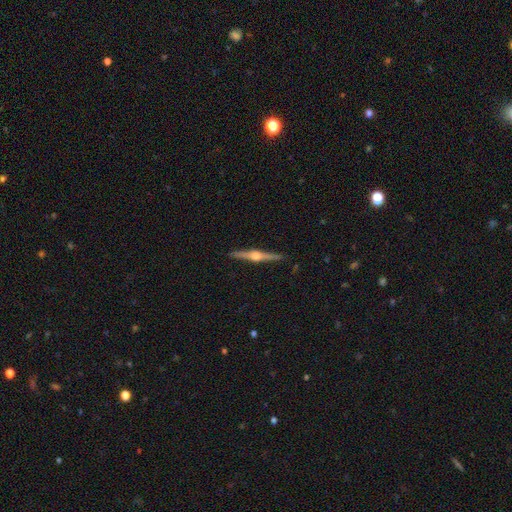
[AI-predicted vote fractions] Q: Smooth or featured?
A: featured or disk (86%); runner-up: smooth (10%)
Q: Edge-on disk?
A: yes (99%); runner-up: no (1%)
Q: Edge-on bulge?
A: rounded (95%); runner-up: boxy (4%)
Q: Merging?
A: none (92%); runner-up: minor disturbance (6%)